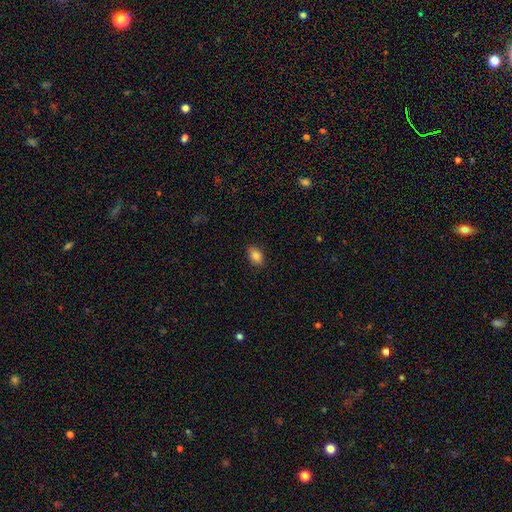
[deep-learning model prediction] Smooth or featured: smooth — 87% (star or artifact — 8%)
How rounded: in between — 89% (round — 10%)
Merging: none — 86% (minor disturbance — 10%)